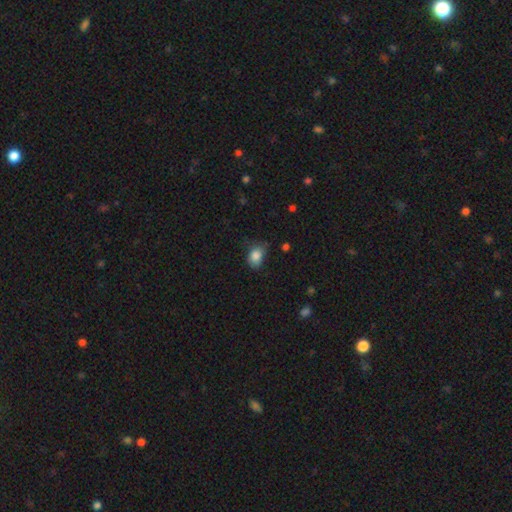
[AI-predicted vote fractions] Smooth or featured: smooth — 84% (star or artifact — 9%)
How rounded: in between — 69% (round — 30%)
Merging: none — 51% (minor disturbance — 36%)